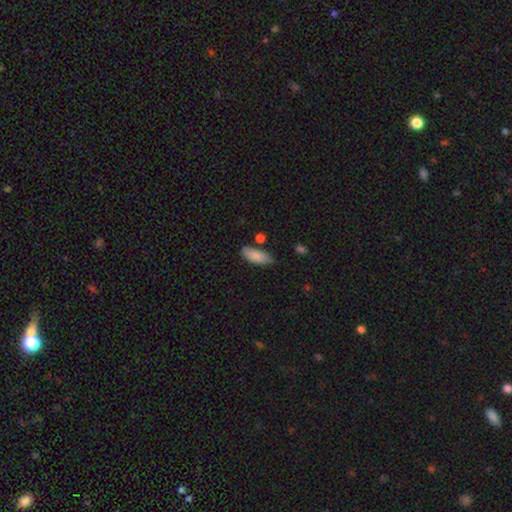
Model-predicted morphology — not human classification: Smooth or featured?
  - smooth: 85% *
  - featured or disk: 9%
  - star or artifact: 7%
How rounded?
  - in between: 78% *
  - cigar-shaped: 20%
  - round: 2%
Merging?
  - none: 67% *
  - minor disturbance: 23%
  - merger: 6%
  - major disturbance: 4%